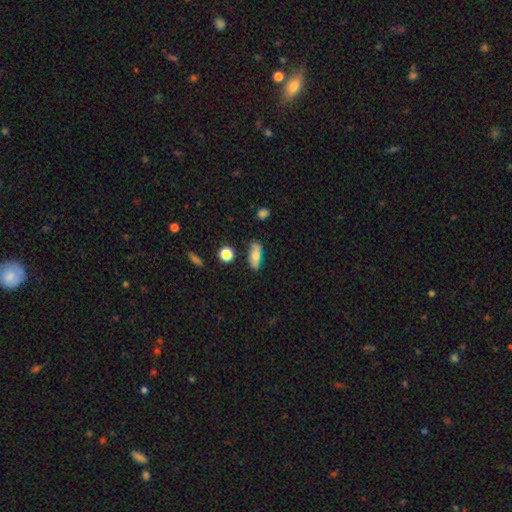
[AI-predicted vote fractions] A smooth galaxy with no disk features (70%) that is in between round and cigar-shaped (75%). Merging: none (74%).